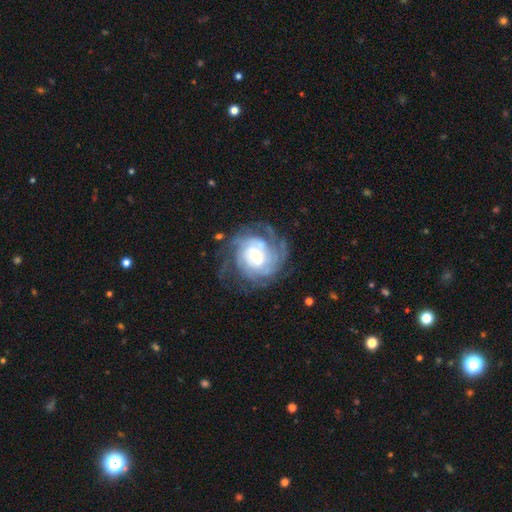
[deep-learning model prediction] Morphology: type=featured or disk (84%); edge-on=no (98%); bar=no (70%); spiral arms=yes (95%); winding=tight (66%); arm count=can't tell (35%); bulge=moderate (45%); merging=none (68%).